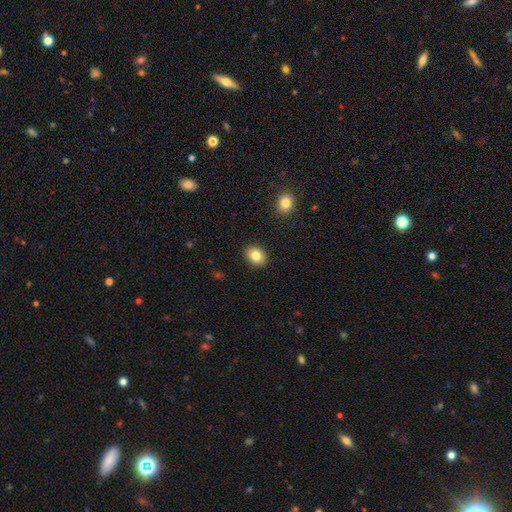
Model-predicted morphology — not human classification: smooth-or-featured: smooth: 82% | featured or disk: 9% | star or artifact: 9%
  how-rounded: in between: 63% | round: 36% | cigar-shaped: 1%
  merging: none: 90% | minor disturbance: 7% | major disturbance: 2% | merger: 1%